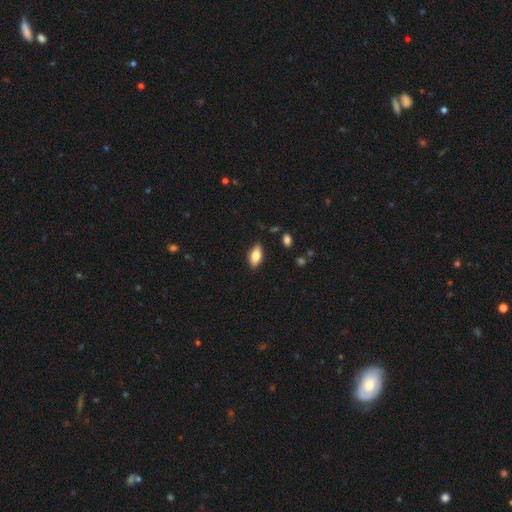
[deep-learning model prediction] Smooth or featured?
  - smooth: 76% *
  - featured or disk: 17%
  - star or artifact: 7%
How rounded?
  - in between: 89% *
  - cigar-shaped: 8%
  - round: 4%
Merging?
  - none: 86% *
  - minor disturbance: 10%
  - major disturbance: 2%
  - merger: 1%